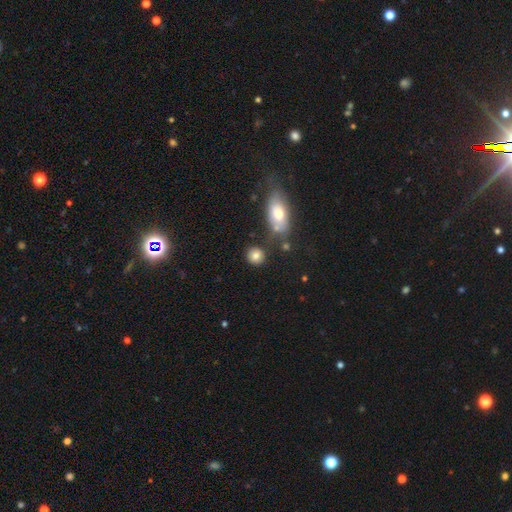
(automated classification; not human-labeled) smooth-or-featured: smooth: 83% | star or artifact: 10% | featured or disk: 8%
  how-rounded: round: 83% | in between: 16% | cigar-shaped: 1%
  merging: none: 79% | minor disturbance: 11% | merger: 7% | major disturbance: 4%